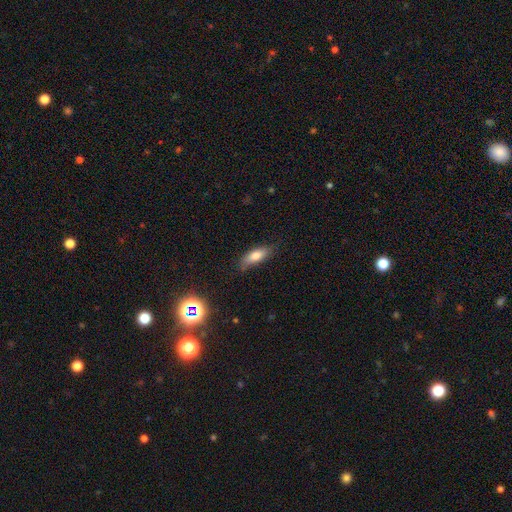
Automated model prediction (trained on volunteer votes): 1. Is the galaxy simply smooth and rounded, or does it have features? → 76% smooth, 16% featured or disk, 9% star or artifact.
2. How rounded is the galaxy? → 65% in between, 33% cigar-shaped, 3% round.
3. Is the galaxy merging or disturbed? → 77% none, 18% minor disturbance, 3% major disturbance, 2% merger.